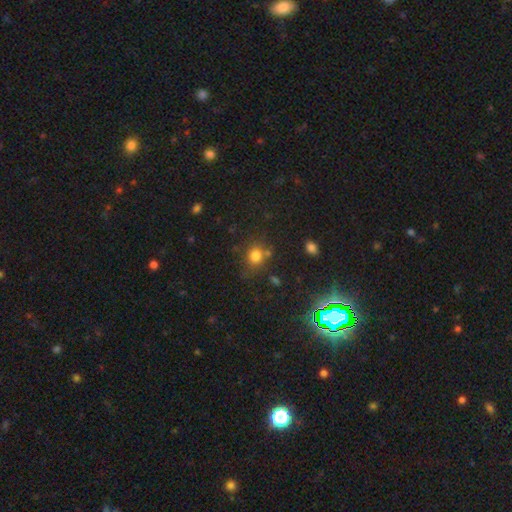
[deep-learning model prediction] Smooth or featured?
  - smooth: 77% *
  - star or artifact: 16%
  - featured or disk: 7%
How rounded?
  - round: 69% *
  - in between: 30%
  - cigar-shaped: 1%
Merging?
  - none: 67% *
  - minor disturbance: 16%
  - merger: 11%
  - major disturbance: 6%